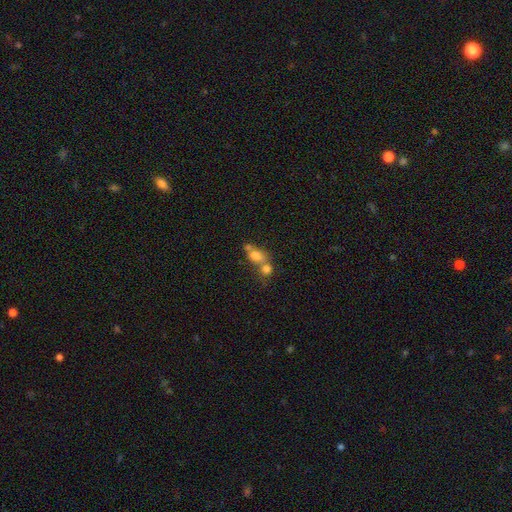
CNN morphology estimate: A smooth galaxy with no disk features (74%) that is in between round and cigar-shaped (52%). Merging: merger (61%).